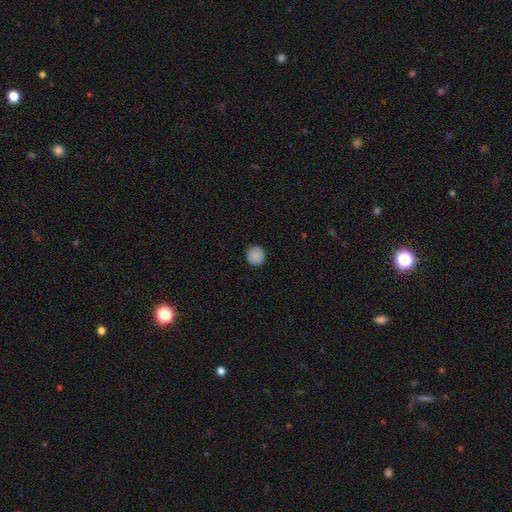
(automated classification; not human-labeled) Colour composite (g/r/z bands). It shows a smooth galaxy with no disk features (88%) that is round (94%). Merging: none (91%).